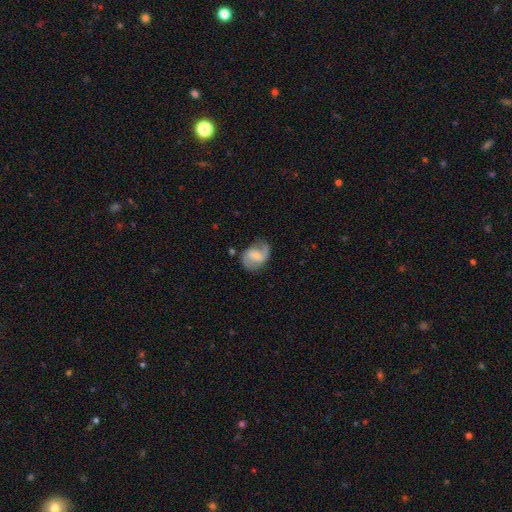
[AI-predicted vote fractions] Q: Smooth or featured?
A: featured or disk (65%); runner-up: smooth (28%)
Q: Edge-on disk?
A: no (97%); runner-up: yes (3%)
Q: Bar?
A: weak (50%); runner-up: no (27%)
Q: Spiral arms?
A: yes (90%); runner-up: no (10%)
Q: Spiral winding?
A: medium (44%); runner-up: loose (41%)
Q: Spiral arm count?
A: 2 (82%); runner-up: 1 (8%)
Q: Bulge size?
A: small (43%); runner-up: moderate (32%)
Q: Merging?
A: none (64%); runner-up: minor disturbance (24%)